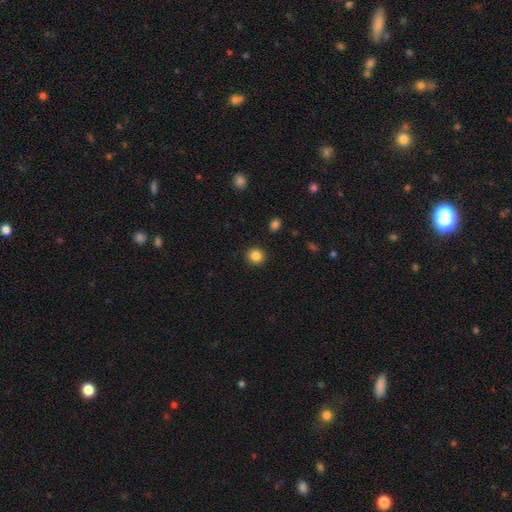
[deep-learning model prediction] A smooth galaxy with no disk features (86%) that is round (90%).

Vote fractions:
- Smooth or featured? smooth: 86% / star or artifact: 10% / featured or disk: 4%
- How rounded? round: 90% / in between: 9% / cigar-shaped: 1%
- Merging? none: 92% / minor disturbance: 5% / major disturbance: 2% / merger: 1%